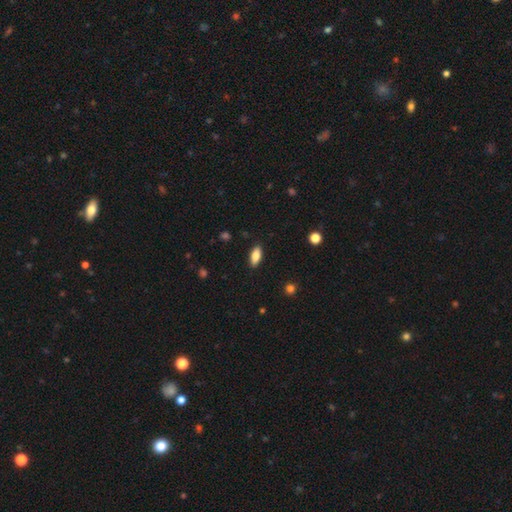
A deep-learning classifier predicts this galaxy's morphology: Q: Smooth or featured?
A: smooth (81%); runner-up: featured or disk (12%)
Q: How rounded?
A: in between (82%); runner-up: cigar-shaped (16%)
Q: Merging?
A: none (88%); runner-up: minor disturbance (9%)